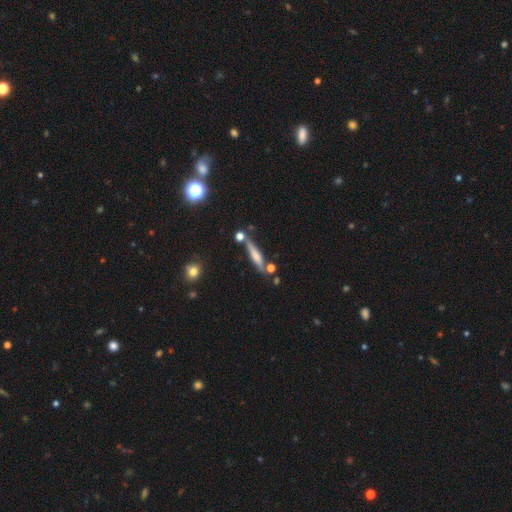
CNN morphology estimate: A smooth galaxy with no disk features (49%).

Vote fractions:
- Smooth or featured? smooth: 49% / featured or disk: 42% / star or artifact: 9%
- Merging? none: 70% / minor disturbance: 15% / merger: 11% / major disturbance: 4%